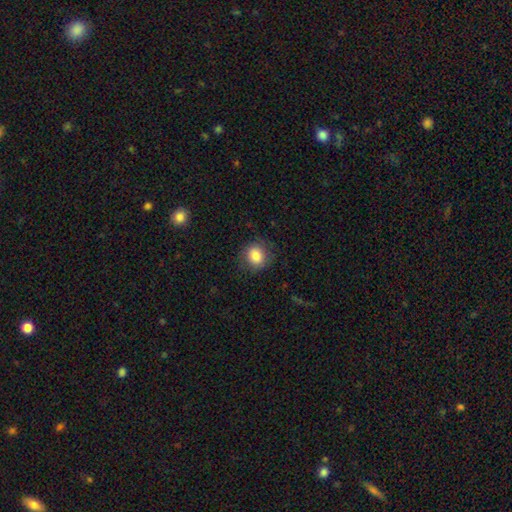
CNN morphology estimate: This appears to be a smooth galaxy with no disk features (83%) that is round (80%). Merging: none (82%).